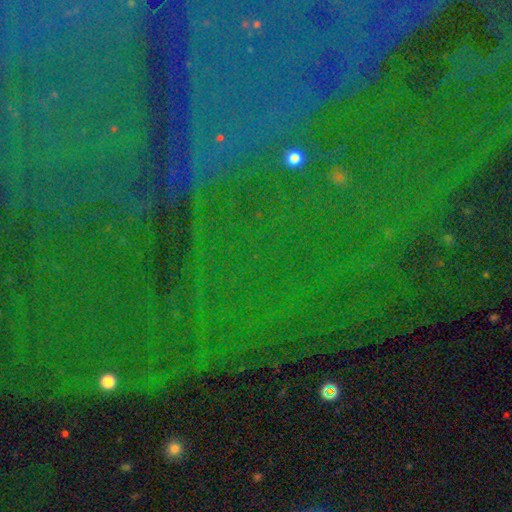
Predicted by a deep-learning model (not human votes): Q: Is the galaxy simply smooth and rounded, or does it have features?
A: star or artifact — 83%.